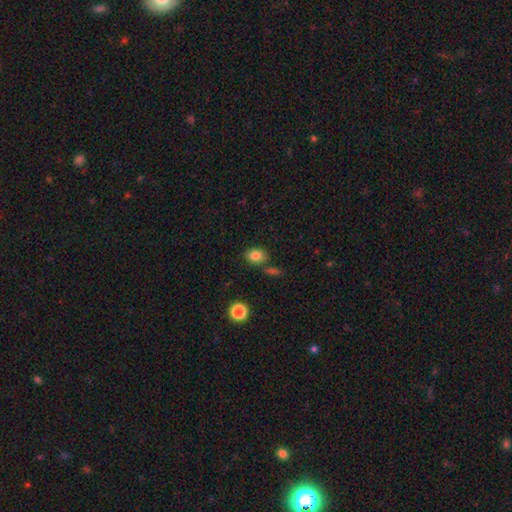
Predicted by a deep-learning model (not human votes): Smooth or featured: smooth — 82% (star or artifact — 11%)
How rounded: in between — 53% (round — 46%)
Merging: none — 77% (minor disturbance — 12%)